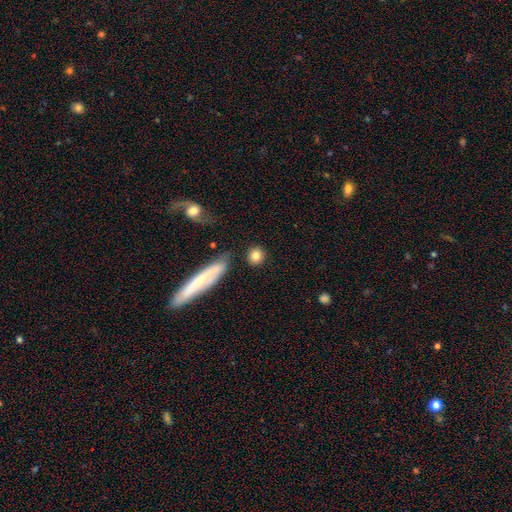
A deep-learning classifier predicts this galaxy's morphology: A smooth galaxy with no disk features (81%) that is round (81%).

Vote fractions:
- Smooth or featured? smooth: 81% / featured or disk: 11% / star or artifact: 8%
- How rounded? round: 81% / in between: 13% / cigar-shaped: 5%
- Merging? none: 85% / minor disturbance: 9% / merger: 4% / major disturbance: 3%